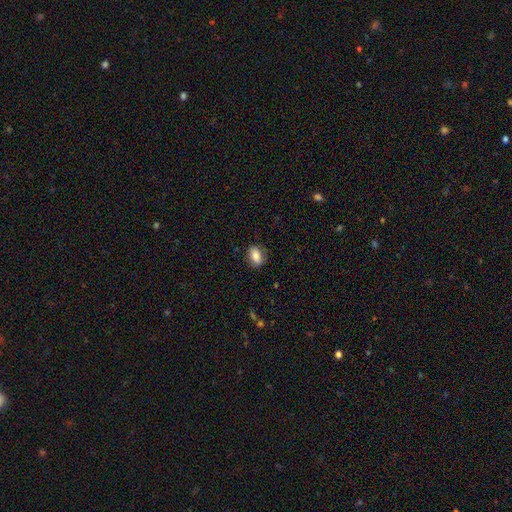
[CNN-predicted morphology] Q: Smooth or featured?
A: smooth (80%); runner-up: featured or disk (12%)
Q: How rounded?
A: in between (82%); runner-up: round (15%)
Q: Merging?
A: none (82%); runner-up: minor disturbance (13%)